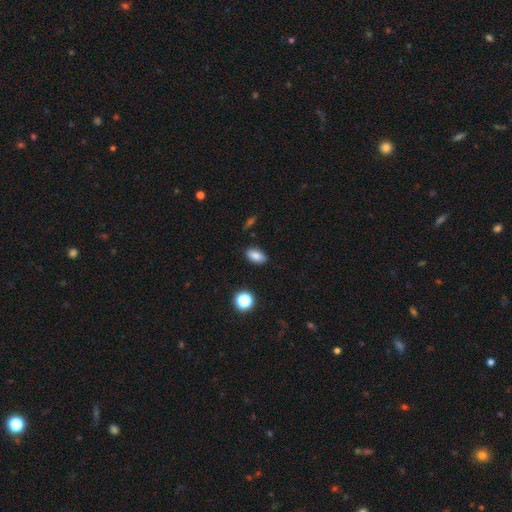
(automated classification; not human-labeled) Smooth or featured?
  - smooth: 83% *
  - star or artifact: 10%
  - featured or disk: 7%
How rounded?
  - in between: 89% *
  - round: 7%
  - cigar-shaped: 4%
Merging?
  - none: 86% *
  - minor disturbance: 10%
  - major disturbance: 2%
  - merger: 2%